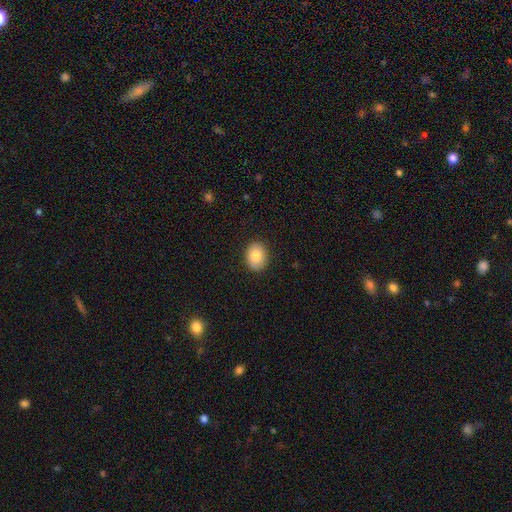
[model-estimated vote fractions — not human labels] The model was most divided on "how rounded": in between: 63%, round: 36%, cigar-shaped: 1%. More confident: merging — none (89%); smooth or featured — smooth (85%).